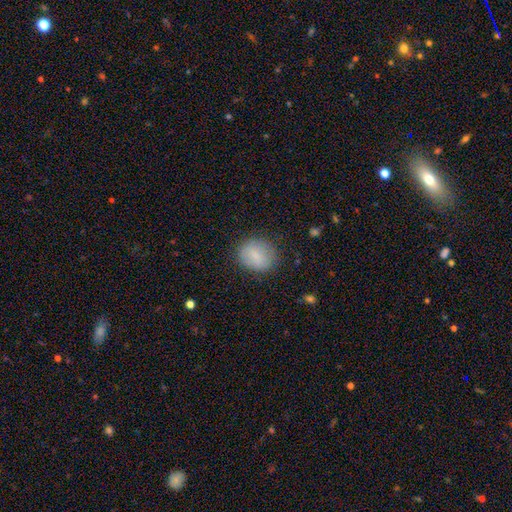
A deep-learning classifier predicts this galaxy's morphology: This appears to be a smooth galaxy with no disk features (82%) that is round (60%). Merging: none (81%).